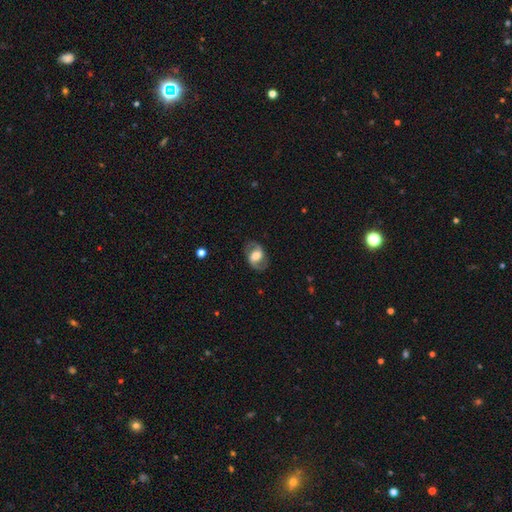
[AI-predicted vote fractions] smooth_or_featured: featured or disk (p=0.69) [alt: smooth p=0.24]
disk_edge_on: no (p=0.96) [alt: yes p=0.04]
bar: weak (p=0.43) [alt: no p=0.34]
has_spiral_arms: yes (p=0.87) [alt: no p=0.13]
spiral_winding: medium (p=0.50) [alt: loose p=0.31]
spiral_arm_count: 2 (p=0.91) [alt: can't tell p=0.04]
bulge_size: moderate (p=0.41) [alt: large p=0.40]
merging: none (p=0.80) [alt: minor disturbance p=0.13]